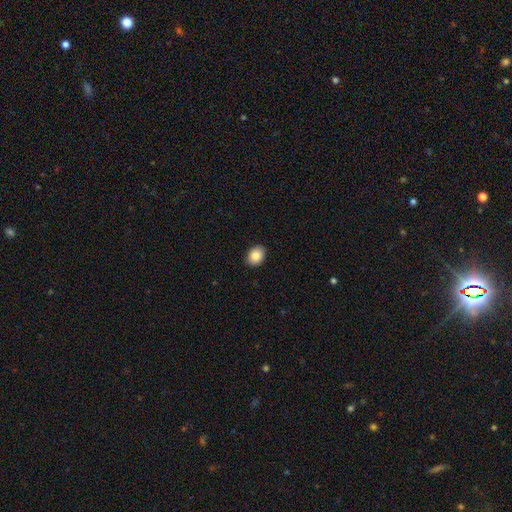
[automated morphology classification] smooth_or_featured: smooth (p=0.88) [alt: star or artifact p=0.08]
how_rounded: in between (p=0.63) [alt: round p=0.36]
merging: none (p=0.90) [alt: minor disturbance p=0.08]